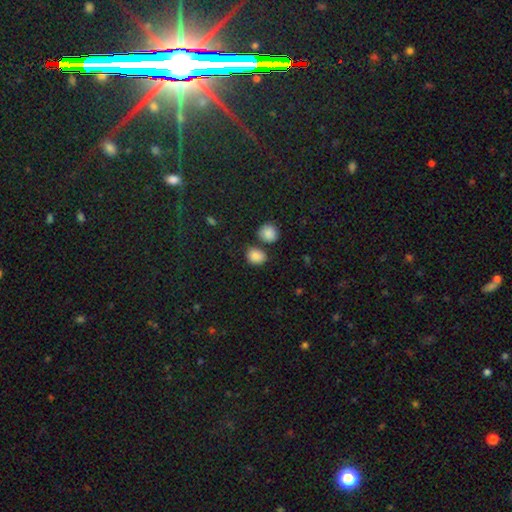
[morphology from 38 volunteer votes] Q: Smooth or featured?
A: smooth (89%); runner-up: featured or disk (5%)
Q: How rounded?
A: round (71%); runner-up: in between (29%)
Q: Merging?
A: none (67%); runner-up: minor disturbance (22%)